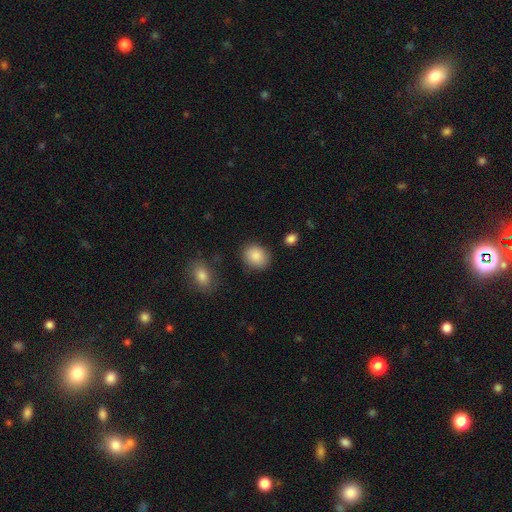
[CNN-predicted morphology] Overall: smooth (88%). How rounded: round (58%; in between 41%). Merging: none (85%).